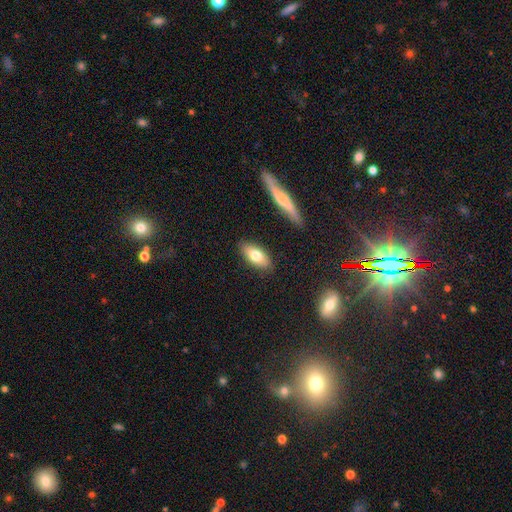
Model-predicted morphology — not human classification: This is likely a smooth galaxy (75%). How rounded: clearly in between (85%). Merging: clearly none (85%).